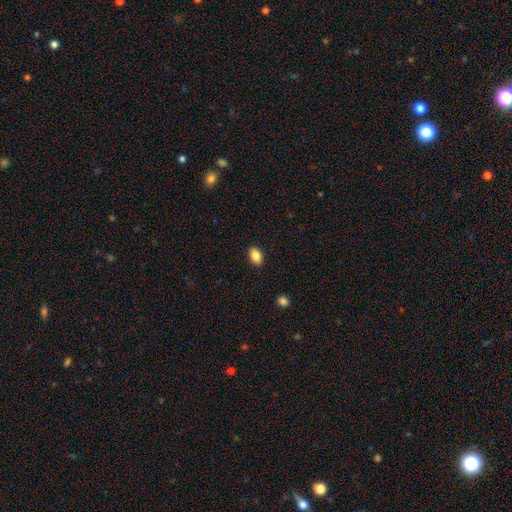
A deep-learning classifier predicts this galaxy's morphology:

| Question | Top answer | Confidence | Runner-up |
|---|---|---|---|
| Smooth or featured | smooth | 85% | star or artifact (8%) |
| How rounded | in between | 88% | round (11%) |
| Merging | none | 88% | minor disturbance (9%) |